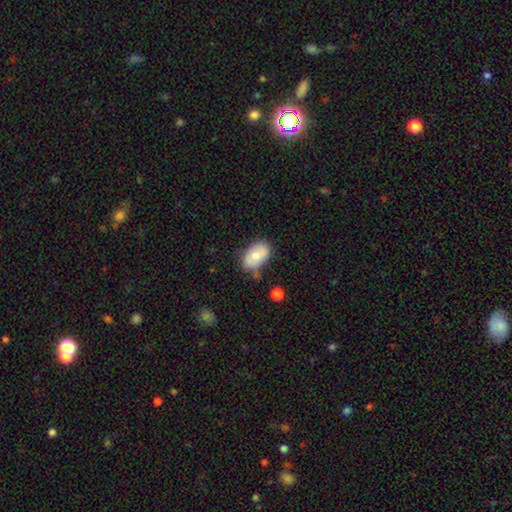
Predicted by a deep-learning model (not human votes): Q: Smooth or featured?
A: smooth (72%); runner-up: featured or disk (21%)
Q: How rounded?
A: in between (91%); runner-up: round (7%)
Q: Merging?
A: none (61%); runner-up: minor disturbance (27%)